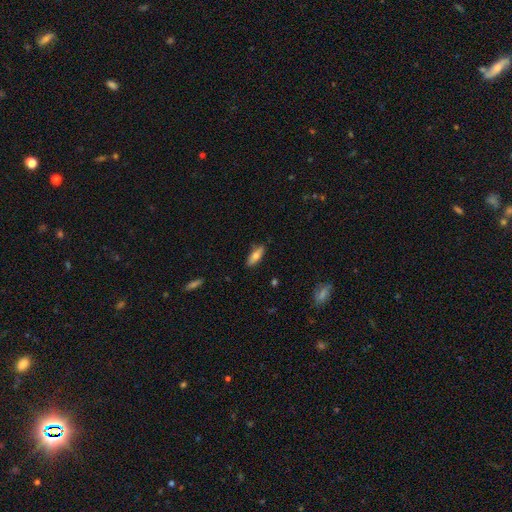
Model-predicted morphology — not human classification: Smooth or featured?
  - smooth: 71% *
  - featured or disk: 22%
  - star or artifact: 7%
How rounded?
  - in between: 66% *
  - cigar-shaped: 32%
  - round: 3%
Merging?
  - none: 84% *
  - minor disturbance: 13%
  - major disturbance: 2%
  - merger: 1%